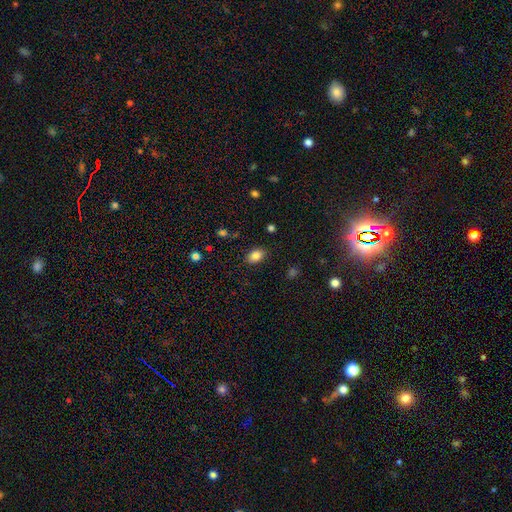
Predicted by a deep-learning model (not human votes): smooth_or_featured: smooth (p=0.85) [alt: star or artifact p=0.09]
how_rounded: in between (p=0.83) [alt: round p=0.16]
merging: none (p=0.85) [alt: minor disturbance p=0.11]